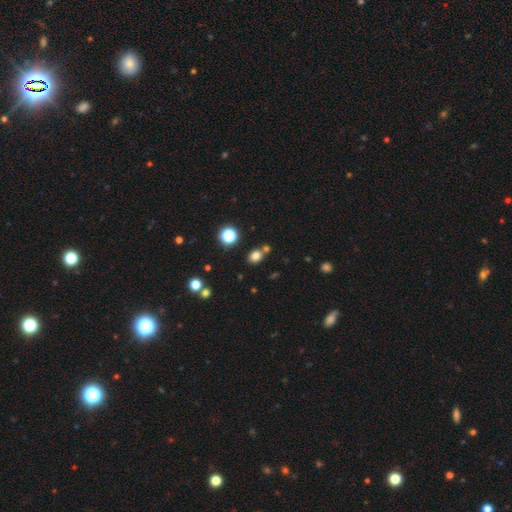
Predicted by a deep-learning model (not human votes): smooth_or_featured: smooth (p=0.78) [alt: star or artifact p=0.15]
how_rounded: round (p=0.52) [alt: in between p=0.47]
merging: none (p=0.71) [alt: merger p=0.16]